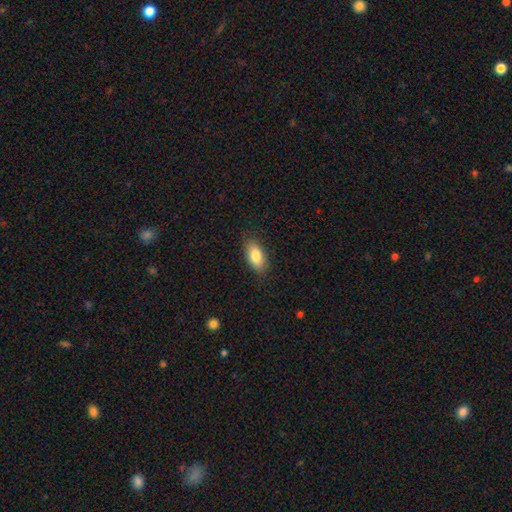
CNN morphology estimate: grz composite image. It shows a smooth galaxy with no disk features (83%) that is in between round and cigar-shaped (89%). Merging: none (86%).